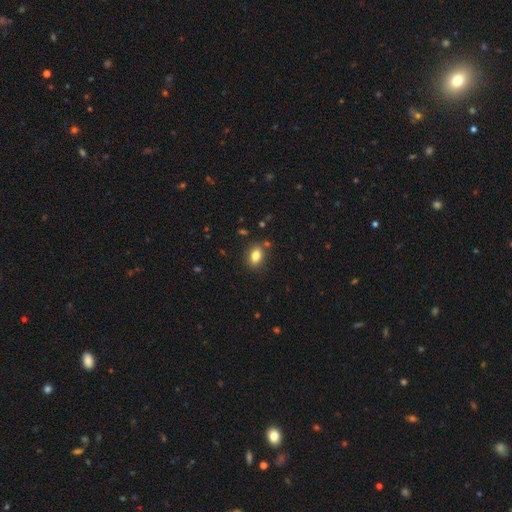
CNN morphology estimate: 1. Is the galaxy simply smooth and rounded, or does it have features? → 82% smooth, 9% star or artifact, 8% featured or disk.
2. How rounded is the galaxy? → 82% in between, 16% round, 2% cigar-shaped.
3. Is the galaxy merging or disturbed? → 83% none, 11% minor disturbance, 3% merger, 3% major disturbance.